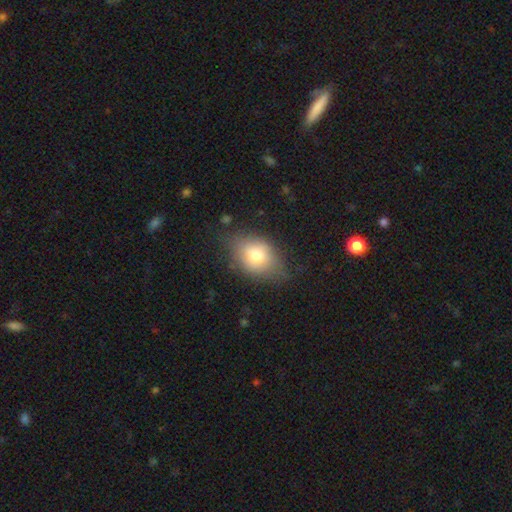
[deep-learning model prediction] smooth 75%, featured or disk 16%, star or artifact 9%. Down the decision tree: how rounded — in between (71%); merging — none (63%).